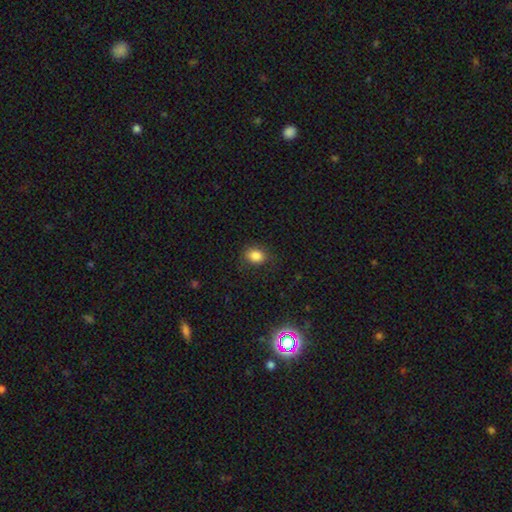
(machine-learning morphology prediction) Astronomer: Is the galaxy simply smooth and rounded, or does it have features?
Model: smooth — 84%.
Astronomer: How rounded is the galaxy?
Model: in between — 55% (runner-up: round, 44%).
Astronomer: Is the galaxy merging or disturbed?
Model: none — 79%.